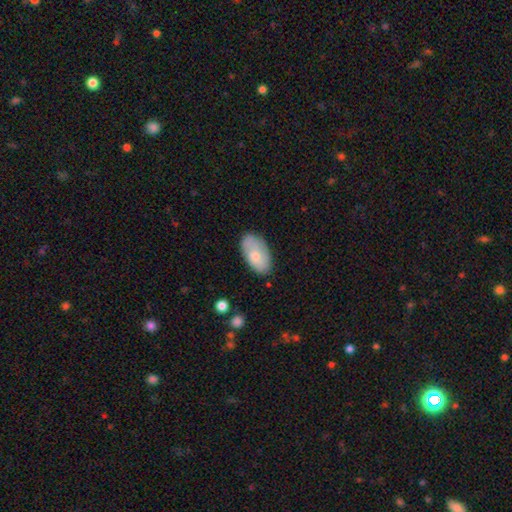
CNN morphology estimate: Smooth or featured?
  - smooth: 72% *
  - featured or disk: 22%
  - star or artifact: 6%
How rounded?
  - in between: 94% *
  - round: 4%
  - cigar-shaped: 2%
Merging?
  - none: 72% *
  - minor disturbance: 21%
  - major disturbance: 4%
  - merger: 2%